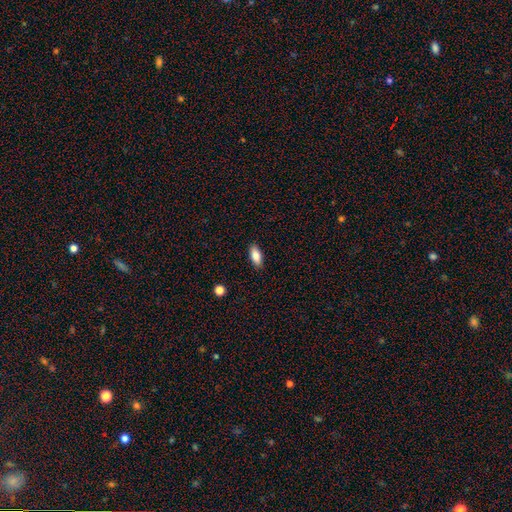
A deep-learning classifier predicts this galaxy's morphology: smooth-or-featured: smooth: 83% | featured or disk: 10% | star or artifact: 7%
  how-rounded: in between: 83% | cigar-shaped: 15% | round: 2%
  merging: none: 89% | minor disturbance: 8% | major disturbance: 2% | merger: 1%